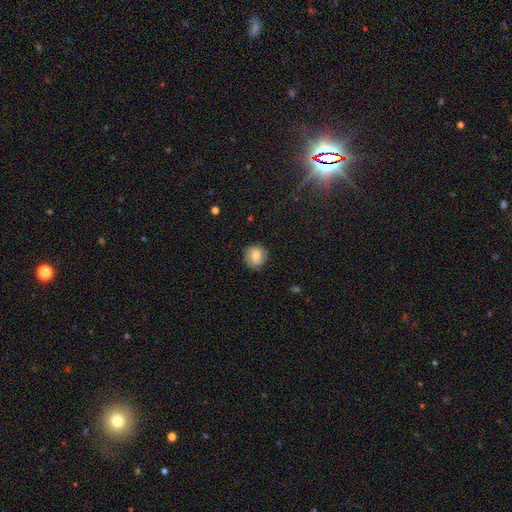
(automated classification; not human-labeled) smooth_or_featured: smooth (p=0.77) [alt: featured or disk p=0.14]
how_rounded: round (p=0.86) [alt: in between p=0.13]
merging: none (p=0.83) [alt: minor disturbance p=0.12]